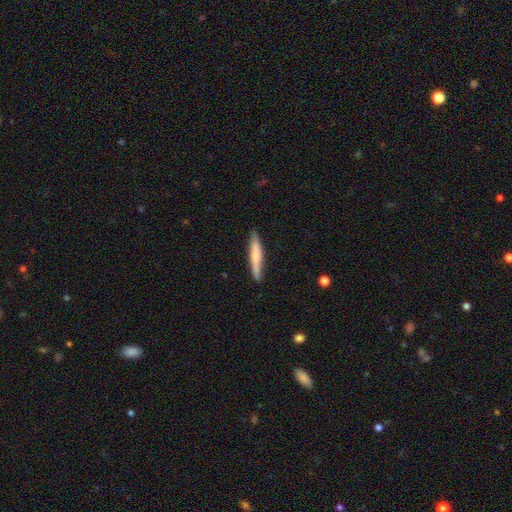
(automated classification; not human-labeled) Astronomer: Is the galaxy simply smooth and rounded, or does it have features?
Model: smooth — 64%.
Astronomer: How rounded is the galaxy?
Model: cigar-shaped — 92%.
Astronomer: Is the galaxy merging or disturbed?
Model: none — 87%.